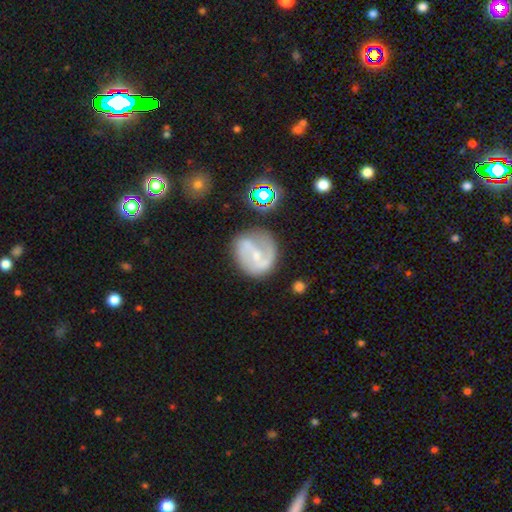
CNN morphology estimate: smooth-or-featured: featured or disk: 72% | smooth: 20% | star or artifact: 8%
  disk-edge-on: no: 97% | yes: 3%
    bar: weak: 43% | strong: 29% | no: 28%
    has-spiral-arms: yes: 84% | no: 16%
      spiral-winding: medium: 43% | loose: 35% | tight: 22%
      spiral-arm-count: 2: 74% | can't tell: 11% | 1: 11% | 3: 2% | 4: 1% | more than 4: 1%
    bulge-size: small: 66% | moderate: 25% | none: 6% | large: 1% | dominant: 1%
  merging: none: 65% | minor disturbance: 20% | major disturbance: 10% | merger: 5%